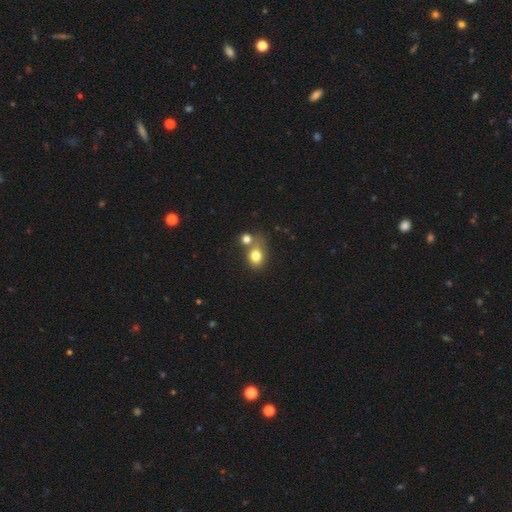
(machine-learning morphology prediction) Overall: smooth (79%). How rounded: round (56%; in between 43%). Merging: none (49%; merger 34%).